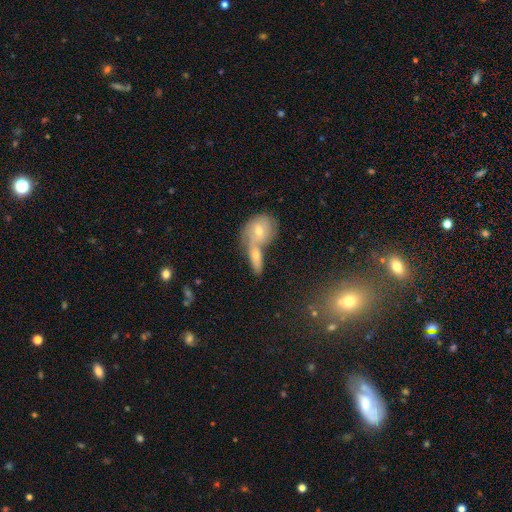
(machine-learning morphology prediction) type=smooth (57%); roundness=in between (62%); merging=merger (56%).